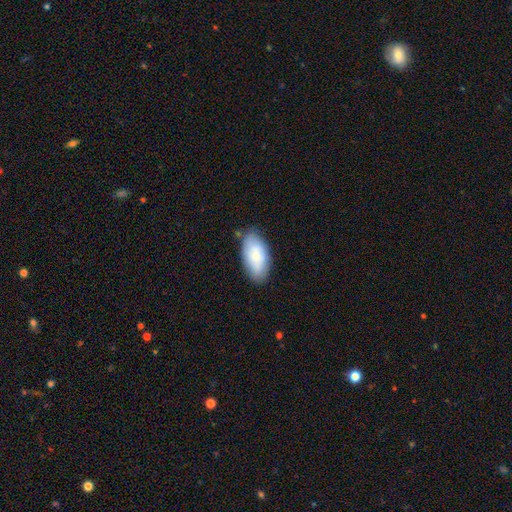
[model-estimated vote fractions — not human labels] A smooth galaxy with no disk features (76%) that is in between round and cigar-shaped (93%). Merging: none (78%).